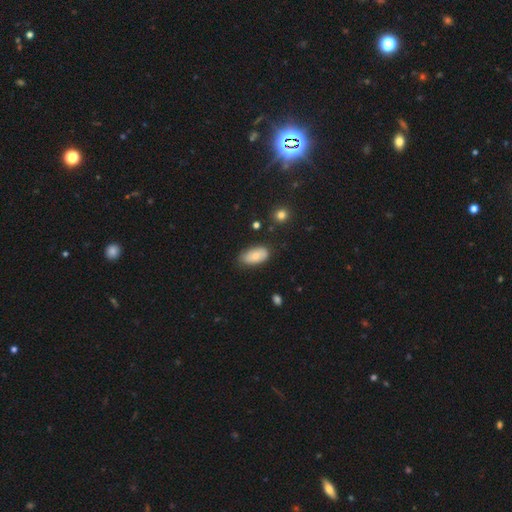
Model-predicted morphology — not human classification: Smooth or featured: smooth — 70% (featured or disk — 23%)
How rounded: in between — 93% (round — 4%)
Merging: none — 72% (minor disturbance — 22%)